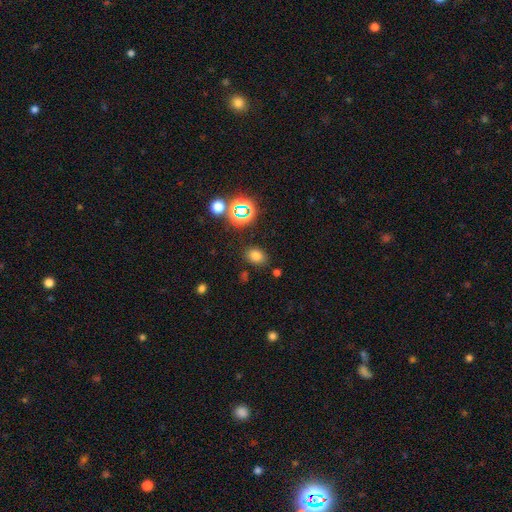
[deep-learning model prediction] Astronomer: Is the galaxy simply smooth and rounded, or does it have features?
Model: smooth — 73%.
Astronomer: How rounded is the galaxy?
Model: in between — 59% (runner-up: round, 40%).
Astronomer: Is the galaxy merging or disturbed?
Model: none — 82%.